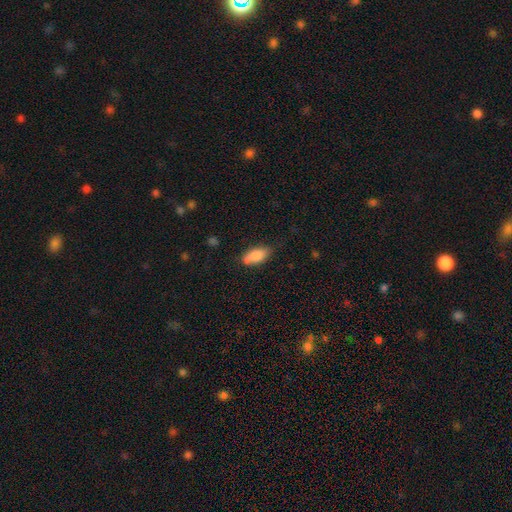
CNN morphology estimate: Smooth or featured? smooth (82%)
How rounded? in between (88%)
Merging? none (68%)